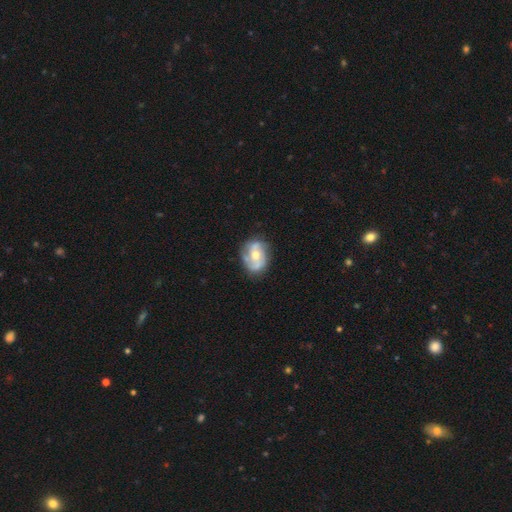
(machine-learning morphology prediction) Q: Smooth or featured?
A: featured or disk (70%); runner-up: smooth (23%)
Q: Edge-on disk?
A: no (97%); runner-up: yes (3%)
Q: Bar?
A: no (62%); runner-up: weak (29%)
Q: Spiral arms?
A: yes (84%); runner-up: no (16%)
Q: Spiral winding?
A: medium (44%); runner-up: loose (29%)
Q: Spiral arm count?
A: 2 (57%); runner-up: 3 (17%)
Q: Bulge size?
A: moderate (66%); runner-up: small (27%)
Q: Merging?
A: none (67%); runner-up: minor disturbance (22%)